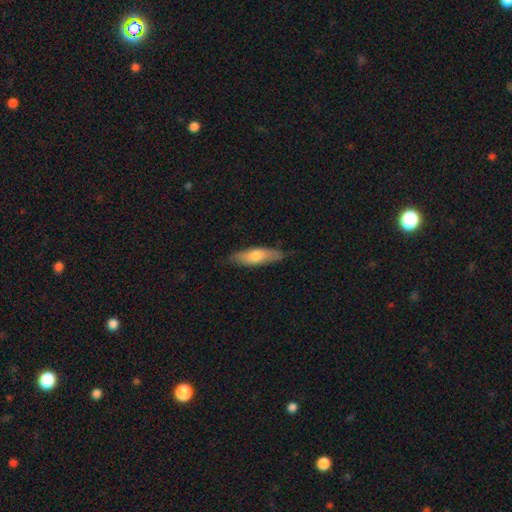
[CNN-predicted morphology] Overall: smooth (64%; featured or disk 30%). How rounded: cigar-shaped (56%; in between 42%). Merging: none (81%).